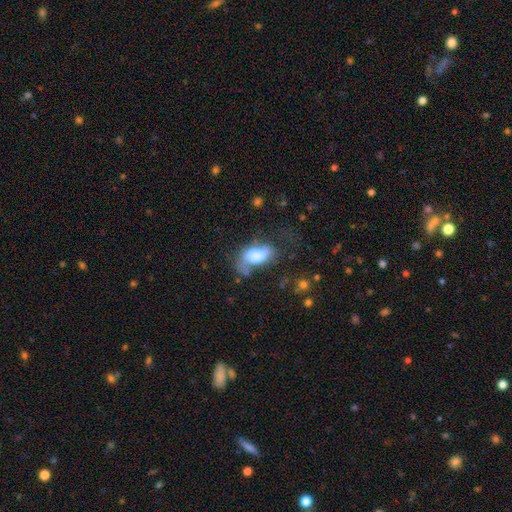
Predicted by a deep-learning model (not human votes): This appears to be a smooth galaxy with no disk features (61%) that is in between round and cigar-shaped (91%). Merging: major disturbance (33%).